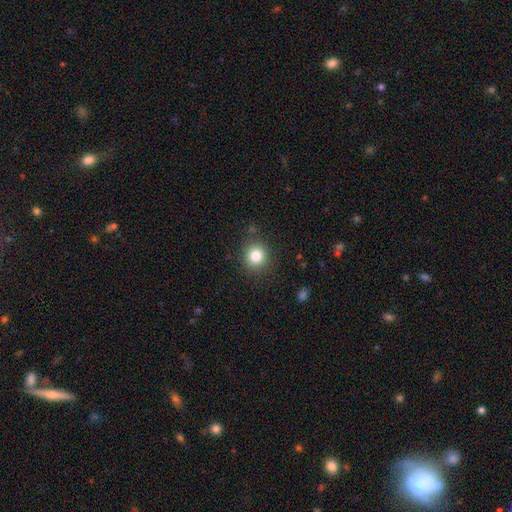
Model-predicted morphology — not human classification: This is clearly a smooth galaxy (81%). How rounded: clearly round (88%). Merging: clearly none (87%).